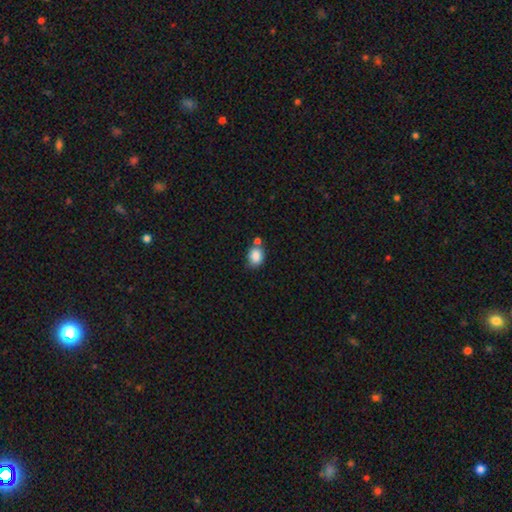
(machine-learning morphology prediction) Smooth or featured: smooth — 85% (star or artifact — 9%)
How rounded: in between — 59% (round — 40%)
Merging: none — 51% (merger — 25%)